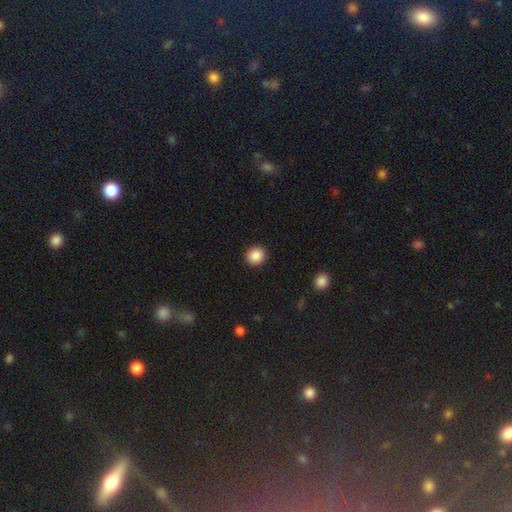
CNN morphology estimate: Q: Smooth or featured?
A: smooth (88%); runner-up: star or artifact (9%)
Q: How rounded?
A: round (85%); runner-up: in between (14%)
Q: Merging?
A: none (91%); runner-up: minor disturbance (6%)